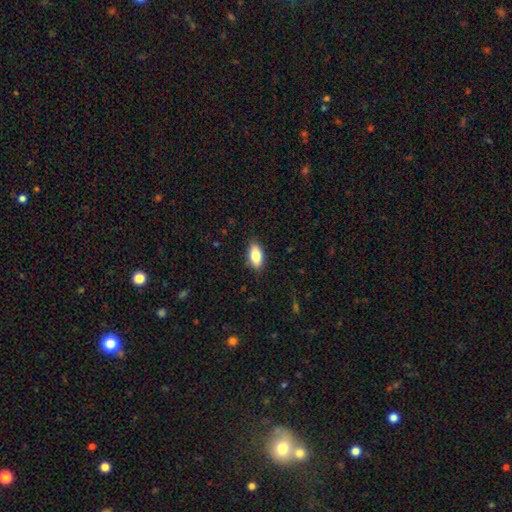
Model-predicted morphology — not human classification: This is clearly a smooth galaxy (82%). How rounded: clearly in between (90%). Merging: clearly none (87%).